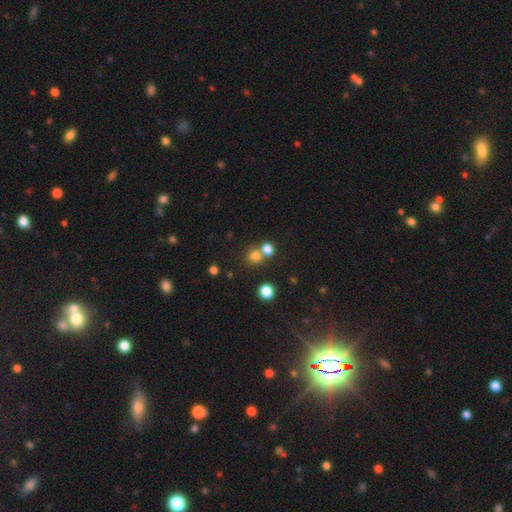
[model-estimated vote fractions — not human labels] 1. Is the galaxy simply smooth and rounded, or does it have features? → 75% smooth, 17% star or artifact, 8% featured or disk.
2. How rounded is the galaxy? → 85% round, 14% in between, 1% cigar-shaped.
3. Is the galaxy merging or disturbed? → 56% none, 33% merger, 7% minor disturbance, 3% major disturbance.